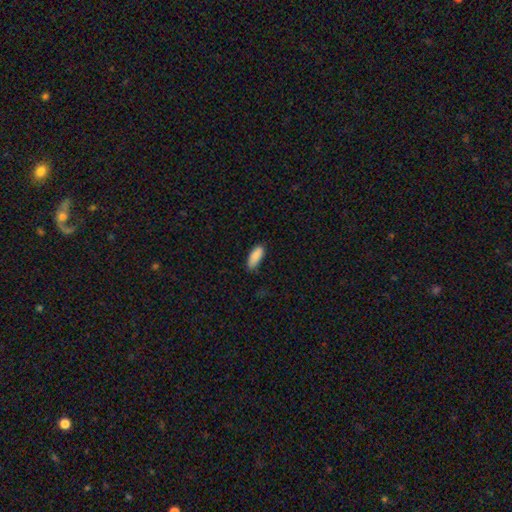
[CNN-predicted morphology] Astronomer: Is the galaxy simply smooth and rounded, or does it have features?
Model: smooth — 89%.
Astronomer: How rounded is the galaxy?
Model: in between — 79%.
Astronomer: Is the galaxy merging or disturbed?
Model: none — 80%.